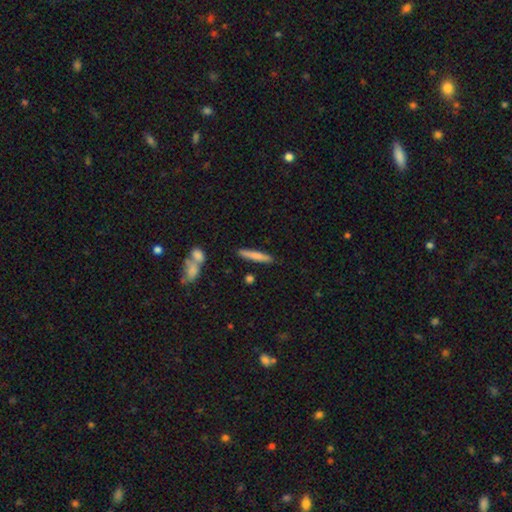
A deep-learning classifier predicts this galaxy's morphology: smooth-or-featured: smooth: 70% | featured or disk: 24% | star or artifact: 6%
  how-rounded: cigar-shaped: 91% | in between: 7% | round: 2%
  merging: none: 85% | minor disturbance: 9% | merger: 4% | major disturbance: 2%